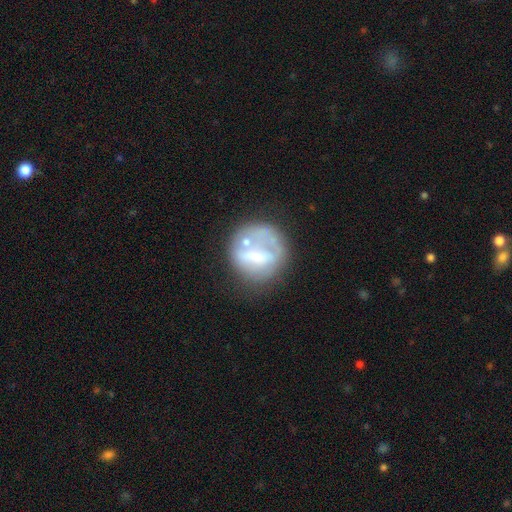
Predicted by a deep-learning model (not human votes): smooth-or-featured: featured or disk: 48% | smooth: 42% | star or artifact: 9%
  merging: none: 48% | minor disturbance: 21% | major disturbance: 20% | merger: 11%